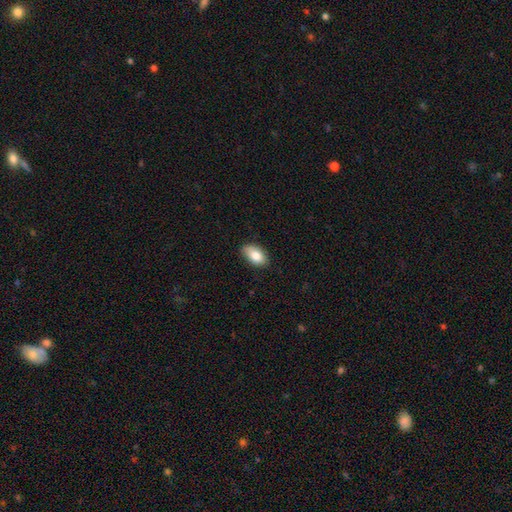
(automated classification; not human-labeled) Q: Smooth or featured?
A: smooth (84%); runner-up: featured or disk (9%)
Q: How rounded?
A: in between (92%); runner-up: round (6%)
Q: Merging?
A: none (79%); runner-up: minor disturbance (17%)